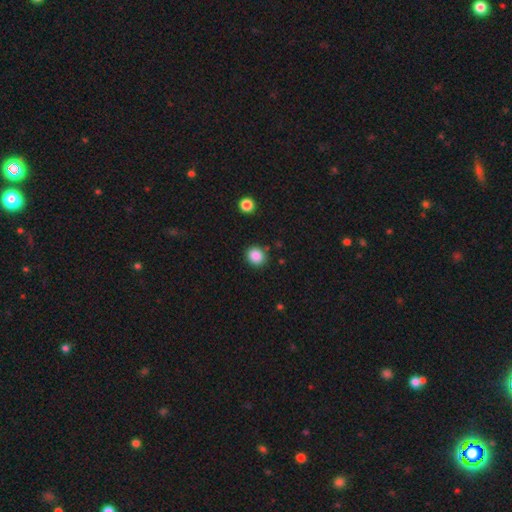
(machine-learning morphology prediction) Overall: smooth (86%). How rounded: round (78%). Merging: none (87%).